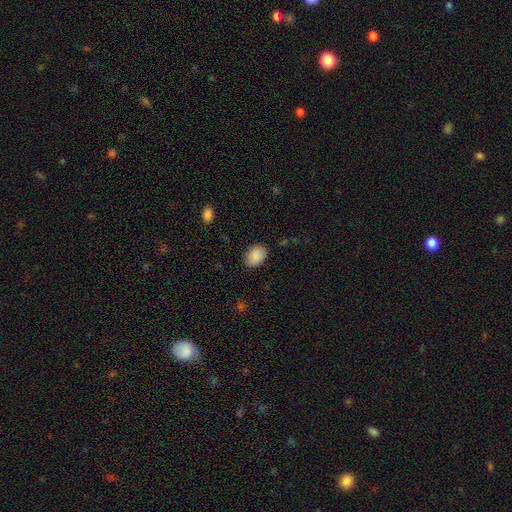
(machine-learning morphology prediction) Smooth or featured? Predicted: smooth (p=0.89). How rounded? Predicted: in between (p=0.75). Merging? Predicted: none (p=0.83).